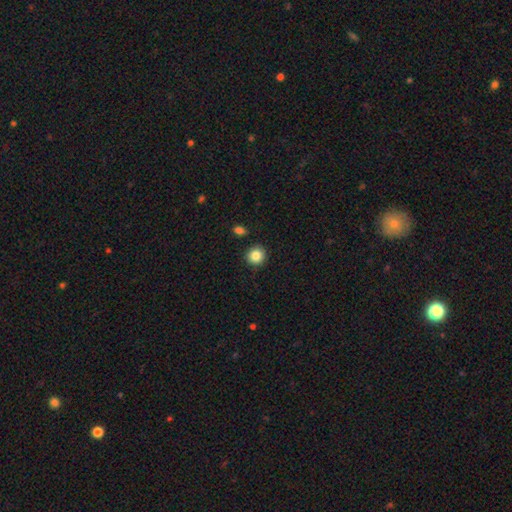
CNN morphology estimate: Overall: smooth (86%). How rounded: round (92%). Merging: none (89%).